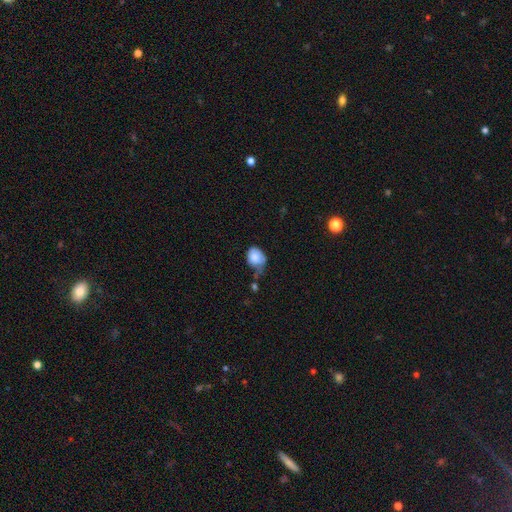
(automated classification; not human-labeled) Q: Smooth or featured?
A: smooth (78%); runner-up: featured or disk (14%)
Q: How rounded?
A: in between (53%); runner-up: round (46%)
Q: Merging?
A: minor disturbance (40%); runner-up: none (32%)